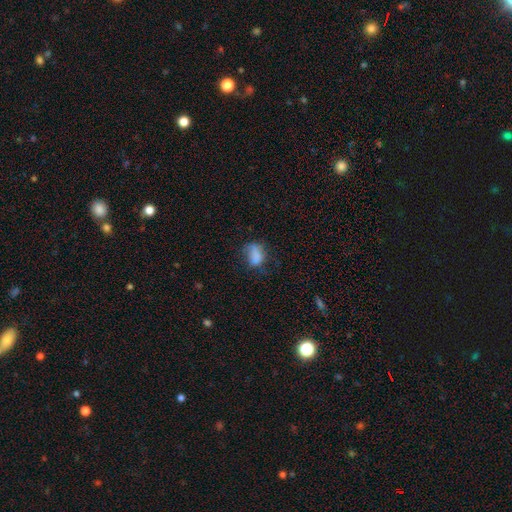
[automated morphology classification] smooth 76%, featured or disk 13%, star or artifact 11%. Down the decision tree: how rounded — in between (83%); merging — none (40%).